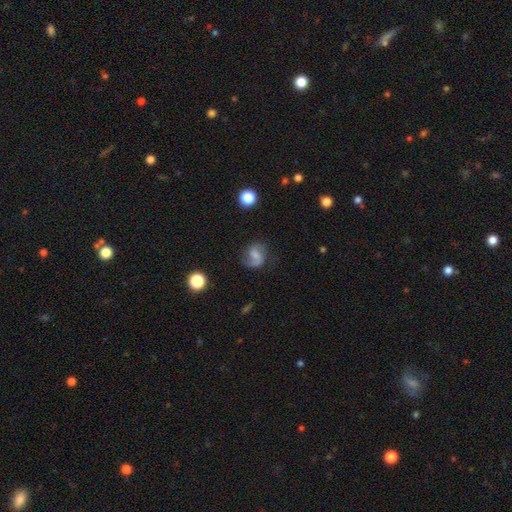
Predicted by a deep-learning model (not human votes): Smooth or featured?
  - featured or disk: 58% *
  - smooth: 33%
  - star or artifact: 10%
Edge-on disk?
  - no: 98% *
  - yes: 2%
Bar?
  - weak: 47% *
  - no: 36%
  - strong: 17%
Spiral arms?
  - yes: 89% *
  - no: 11%
Bulge size?
  - small: 41% *
  - none: 27%
  - moderate: 27%
  - large: 4%
  - dominant: 1%
Merging?
  - none: 60% *
  - minor disturbance: 21%
  - major disturbance: 16%
  - merger: 2%